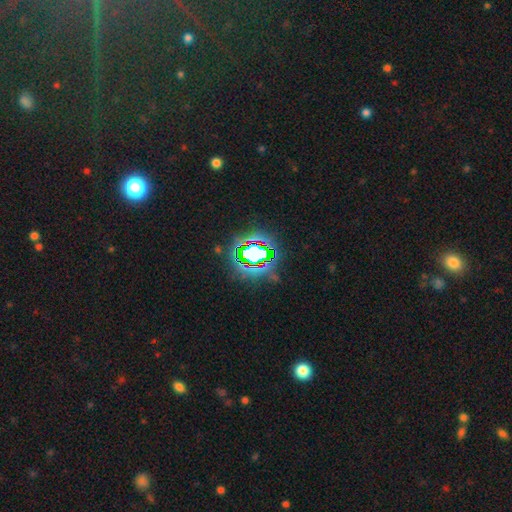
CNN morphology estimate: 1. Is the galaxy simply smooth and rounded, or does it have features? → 80% star or artifact, 12% smooth, 8% featured or disk.